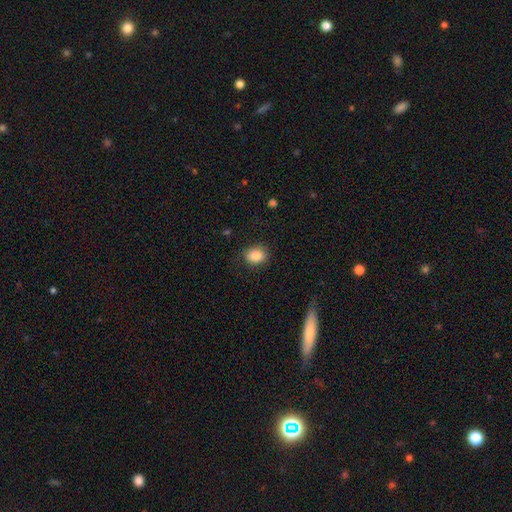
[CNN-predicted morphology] Smooth or featured? smooth (86%)
How rounded? in between (54%)
Merging? none (84%)